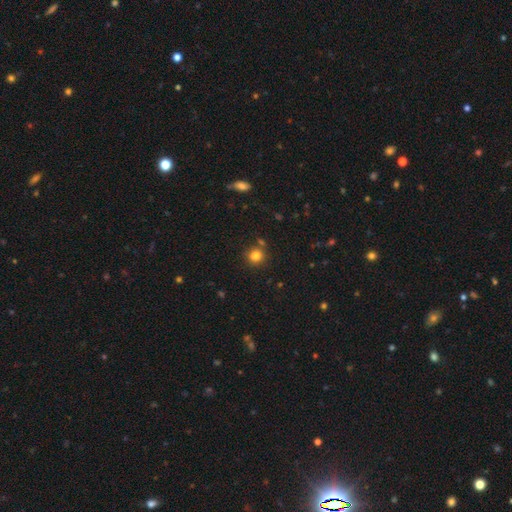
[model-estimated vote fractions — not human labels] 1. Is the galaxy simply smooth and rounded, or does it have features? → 81% smooth, 13% star or artifact, 6% featured or disk.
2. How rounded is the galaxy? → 90% round, 9% in between, 1% cigar-shaped.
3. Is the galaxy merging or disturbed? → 80% none, 9% minor disturbance, 9% merger, 3% major disturbance.